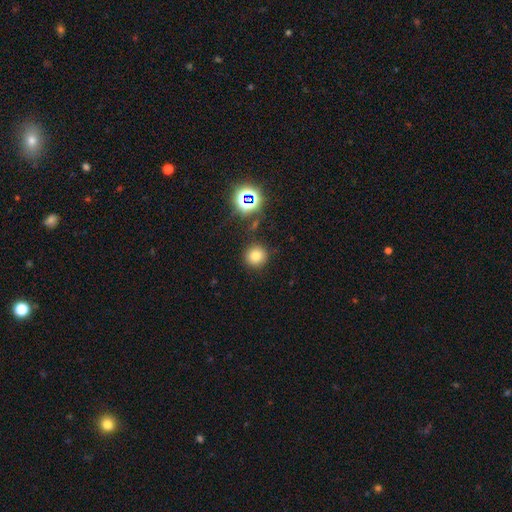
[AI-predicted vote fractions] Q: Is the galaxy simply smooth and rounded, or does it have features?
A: smooth — 74%.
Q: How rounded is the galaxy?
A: round — 93%.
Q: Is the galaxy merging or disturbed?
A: none — 87%.